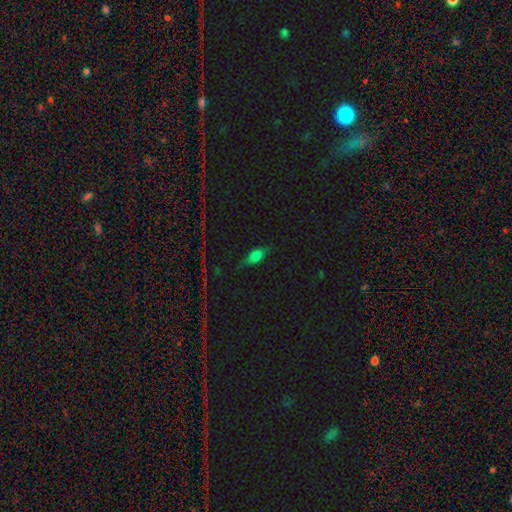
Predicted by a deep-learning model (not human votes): Q: Smooth or featured?
A: smooth (62%); runner-up: featured or disk (21%)
Q: How rounded?
A: in between (79%); runner-up: cigar-shaped (15%)
Q: Merging?
A: none (70%); runner-up: minor disturbance (23%)